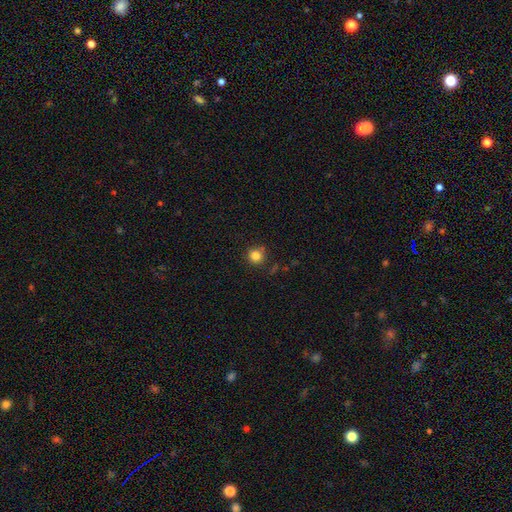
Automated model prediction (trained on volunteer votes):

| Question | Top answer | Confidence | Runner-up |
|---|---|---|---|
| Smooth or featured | smooth | 83% | star or artifact (12%) |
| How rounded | round | 92% | in between (7%) |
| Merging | none | 81% | minor disturbance (13%) |